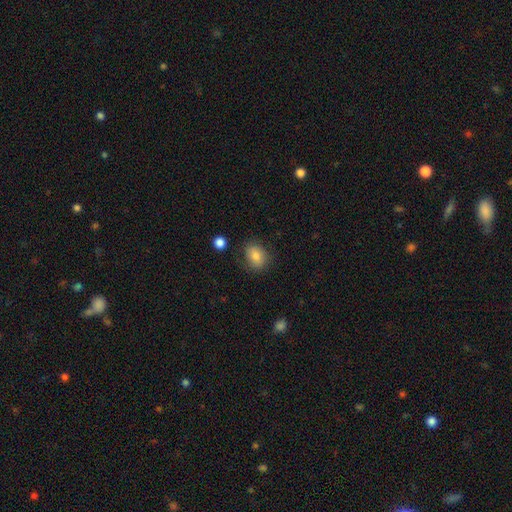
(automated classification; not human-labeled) Q: Smooth or featured?
A: smooth (81%); runner-up: featured or disk (10%)
Q: How rounded?
A: in between (66%); runner-up: round (32%)
Q: Merging?
A: none (78%); runner-up: minor disturbance (16%)